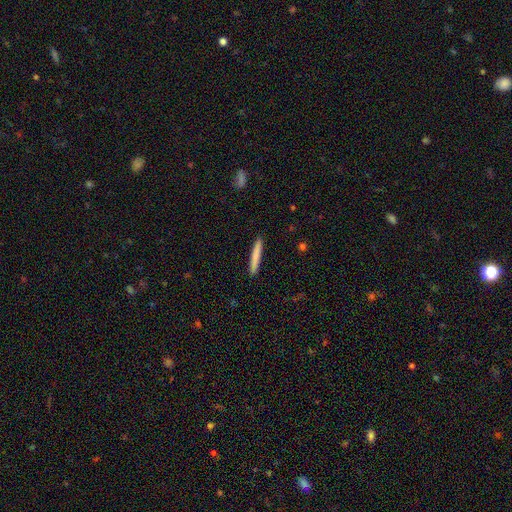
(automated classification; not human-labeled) Smooth or featured?
  - smooth: 79% *
  - featured or disk: 16%
  - star or artifact: 5%
How rounded?
  - cigar-shaped: 96% *
  - in between: 3%
  - round: 1%
Merging?
  - none: 92% *
  - minor disturbance: 6%
  - major disturbance: 1%
  - merger: 1%